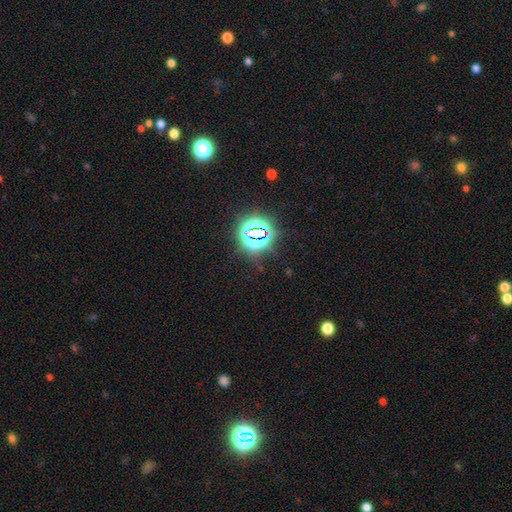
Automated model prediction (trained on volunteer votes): A star or artifact, not a galaxy (81%).

Vote fractions:
- Smooth or featured? star or artifact: 81% / smooth: 12% / featured or disk: 7%